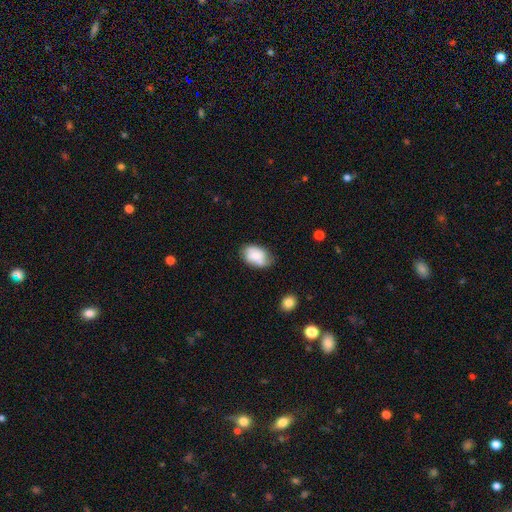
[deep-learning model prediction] A smooth galaxy with no disk features (66%) that is in between round and cigar-shaped (85%). Merging: none (62%).